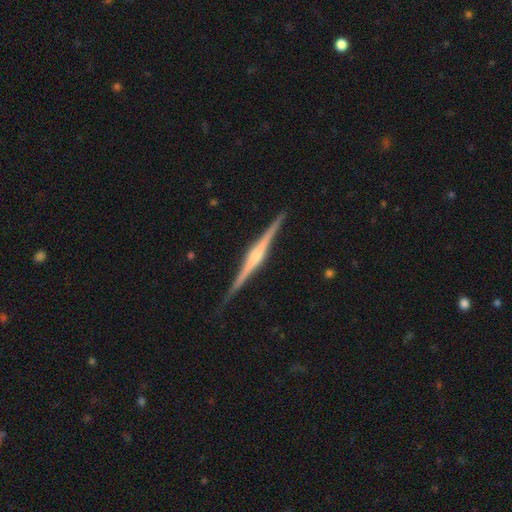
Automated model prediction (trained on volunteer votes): Smooth or featured? Predicted: featured or disk (p=0.85). Edge-on disk? Predicted: yes (p=0.99). Edge-on bulge? Predicted: rounded (p=0.79). Merging? Predicted: none (p=0.90).